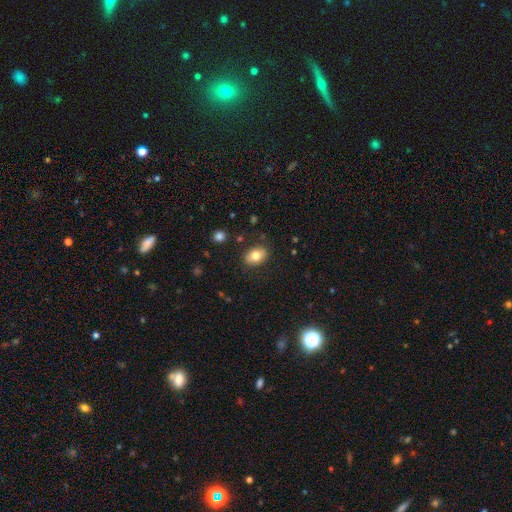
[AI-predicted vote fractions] This is likely a smooth galaxy (78%). How rounded: clearly in between (81%). Merging: clearly none (85%).